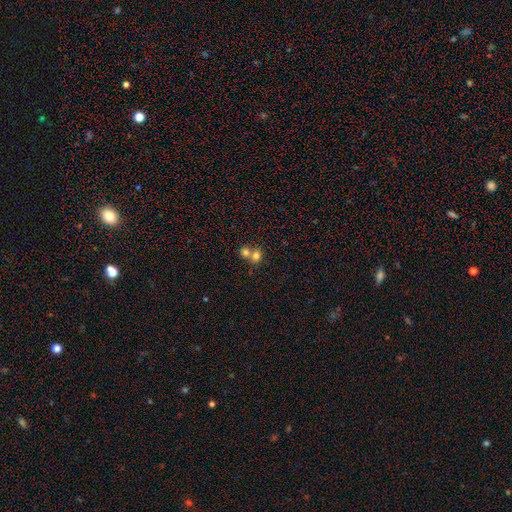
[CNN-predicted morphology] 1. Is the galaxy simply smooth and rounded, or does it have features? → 74% smooth, 13% featured or disk, 12% star or artifact.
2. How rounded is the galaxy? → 76% round, 23% in between, 1% cigar-shaped.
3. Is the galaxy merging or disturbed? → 62% merger, 30% none, 5% minor disturbance, 2% major disturbance.